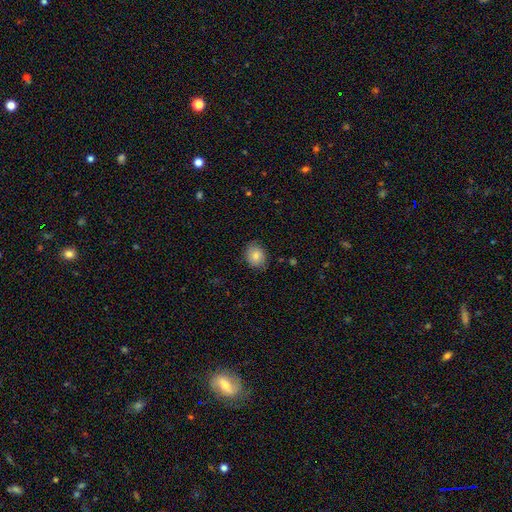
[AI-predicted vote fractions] This is likely a smooth galaxy (79%). How rounded: possibly round (50%). Merging: clearly none (80%).